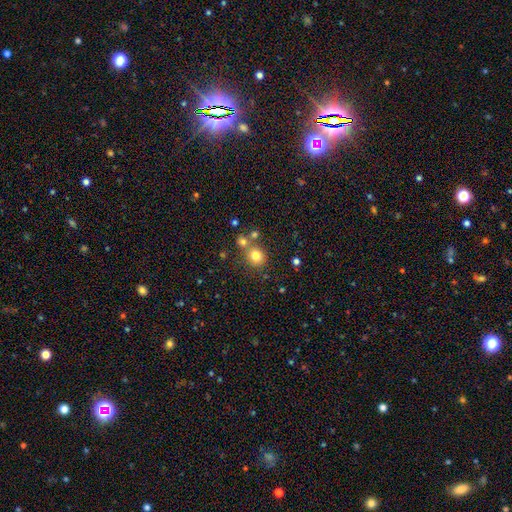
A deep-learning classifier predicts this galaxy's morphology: Smooth or featured? smooth (77%)
How rounded? round (79%)
Merging? none (65%)